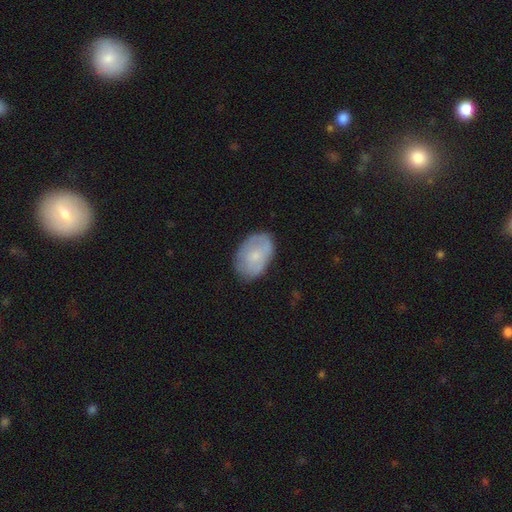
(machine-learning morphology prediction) A smooth galaxy with no disk features (63%) that is in between round and cigar-shaped (86%).

Vote fractions:
- Smooth or featured? smooth: 63% / featured or disk: 30% / star or artifact: 7%
- How rounded? in between: 86% / round: 13% / cigar-shaped: 1%
- Merging? none: 72% / minor disturbance: 21% / major disturbance: 6% / merger: 1%